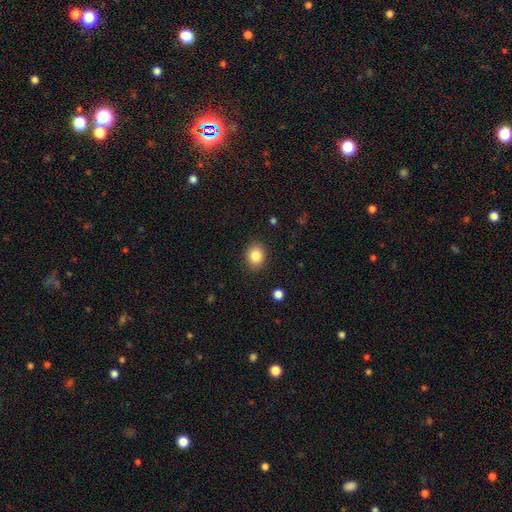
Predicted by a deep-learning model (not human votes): smooth 85%, star or artifact 9%, featured or disk 6%. Down the decision tree: how rounded — round (56%); merging — none (88%).